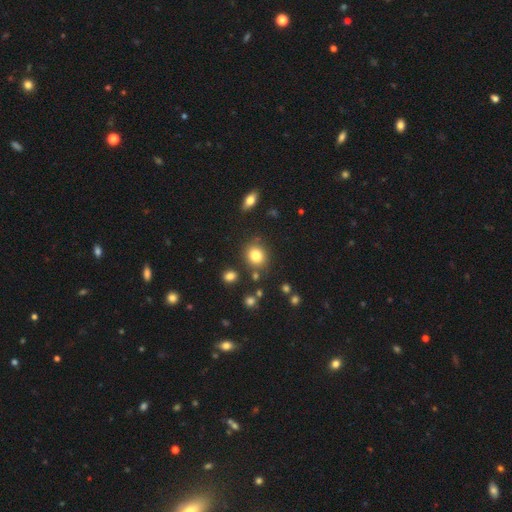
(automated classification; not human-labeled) smooth-or-featured: smooth: 81% | star or artifact: 11% | featured or disk: 8%
  how-rounded: round: 74% | in between: 25% | cigar-shaped: 1%
  merging: none: 81% | minor disturbance: 10% | merger: 6% | major disturbance: 3%